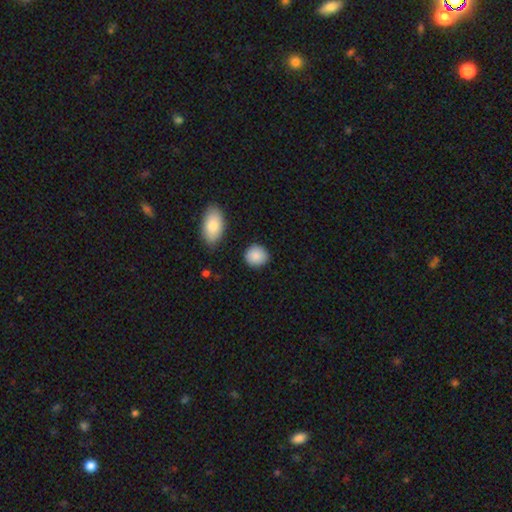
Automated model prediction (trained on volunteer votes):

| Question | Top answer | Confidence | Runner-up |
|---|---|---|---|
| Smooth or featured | smooth | 89% | star or artifact (6%) |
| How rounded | round | 78% | in between (20%) |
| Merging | none | 84% | minor disturbance (10%) |